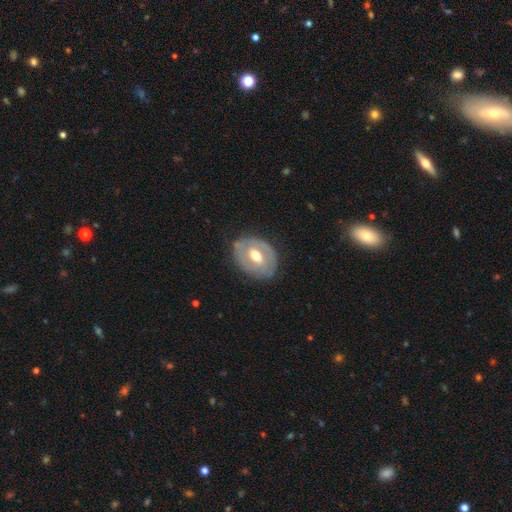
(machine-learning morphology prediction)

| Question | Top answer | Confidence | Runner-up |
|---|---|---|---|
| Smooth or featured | featured or disk | 69% | smooth (26%) |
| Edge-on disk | no | 94% | yes (6%) |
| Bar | weak | 48% | no (31%) |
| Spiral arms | yes | 57% | no (43%) |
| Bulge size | moderate | 75% | small (15%) |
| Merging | none | 76% | minor disturbance (18%) |